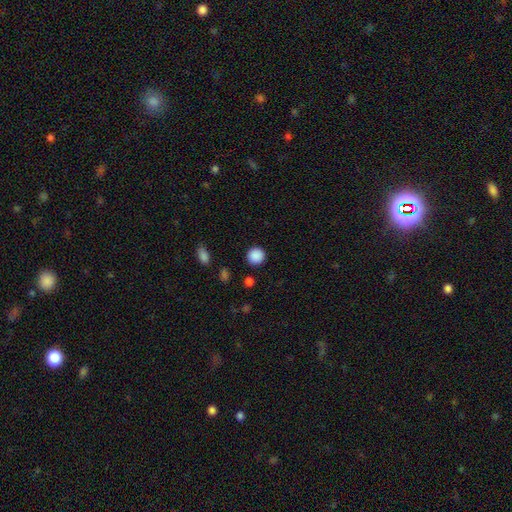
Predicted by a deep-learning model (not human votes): This is clearly a smooth galaxy (88%). How rounded: clearly round (92%). Merging: clearly none (90%).